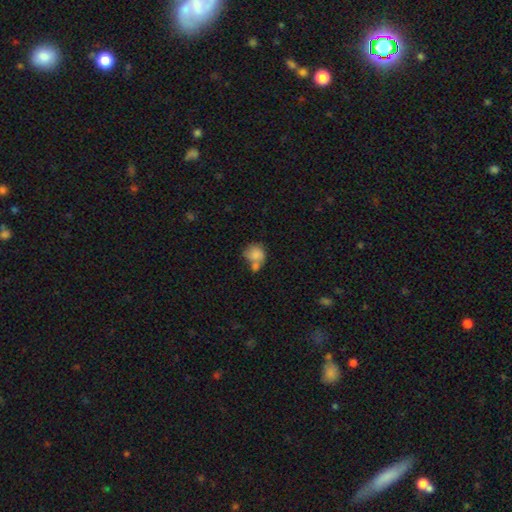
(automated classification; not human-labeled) Smooth or featured? Predicted: smooth (p=0.80). How rounded? Predicted: round (p=0.69). Merging? Predicted: merger (p=0.48).